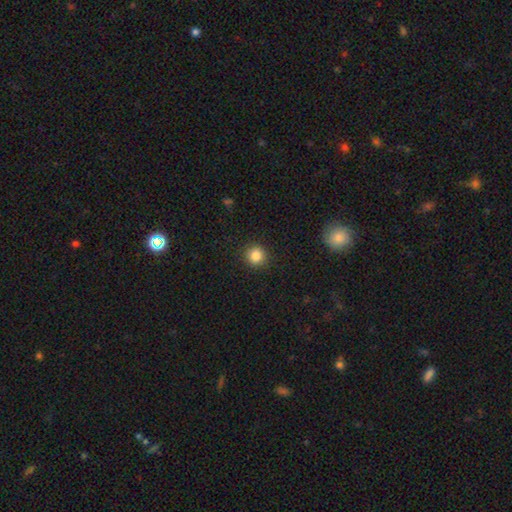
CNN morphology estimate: Q: Smooth or featured?
A: smooth (85%); runner-up: star or artifact (11%)
Q: How rounded?
A: round (93%); runner-up: in between (6%)
Q: Merging?
A: none (92%); runner-up: minor disturbance (5%)